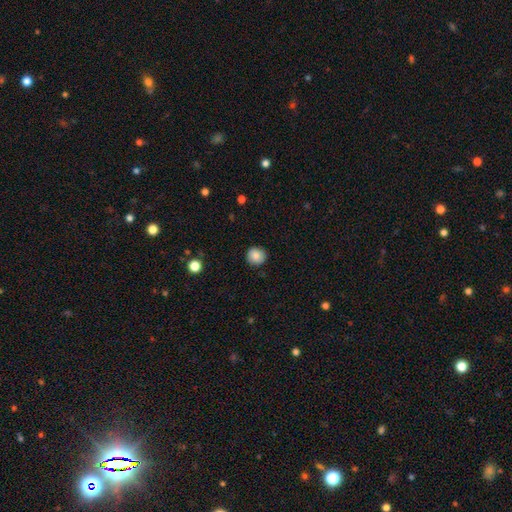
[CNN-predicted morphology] Smooth or featured: smooth — 85% (star or artifact — 9%)
How rounded: round — 91% (in between — 8%)
Merging: none — 90% (minor disturbance — 8%)